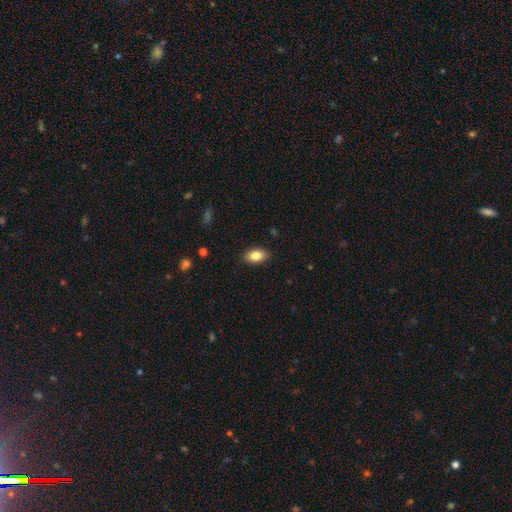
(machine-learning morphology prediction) type=smooth (84%); roundness=in between (91%); merging=none (88%).